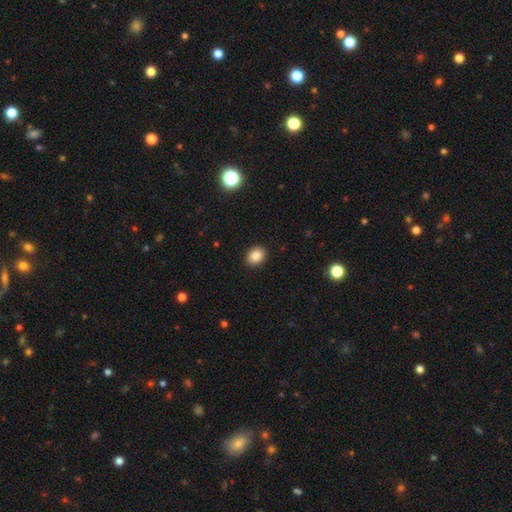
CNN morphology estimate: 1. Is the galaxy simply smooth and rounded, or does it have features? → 86% smooth, 10% star or artifact, 4% featured or disk.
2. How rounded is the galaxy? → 52% round, 47% in between, 1% cigar-shaped.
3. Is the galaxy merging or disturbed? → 91% none, 6% minor disturbance, 2% major disturbance, 1% merger.